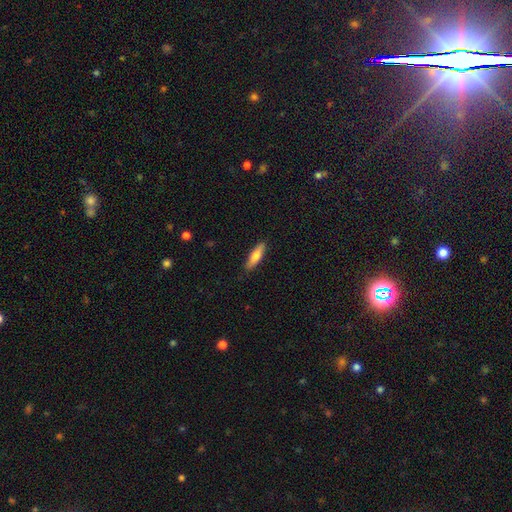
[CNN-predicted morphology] Smooth or featured: smooth — 75% (featured or disk — 19%)
How rounded: cigar-shaped — 65% (in between — 34%)
Merging: none — 87% (minor disturbance — 10%)